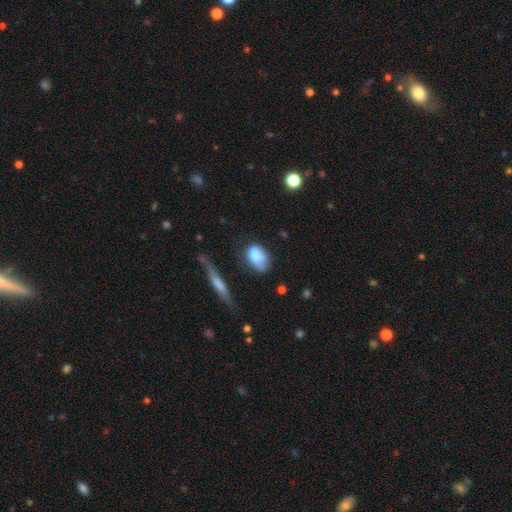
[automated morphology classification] Smooth or featured? smooth (74%)
How rounded? in between (82%)
Merging? none (42%)